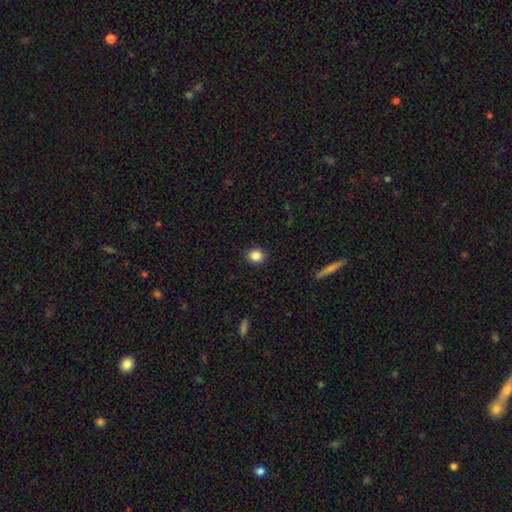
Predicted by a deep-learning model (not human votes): Smooth or featured? Predicted: smooth (p=0.86). How rounded? Predicted: round (p=0.76). Merging? Predicted: none (p=0.90).